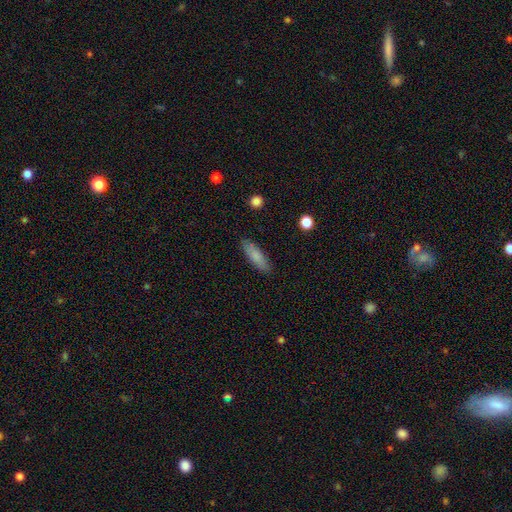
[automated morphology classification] This is clearly a smooth galaxy (82%). How rounded: possibly cigar-shaped (52%). Merging: clearly none (87%).